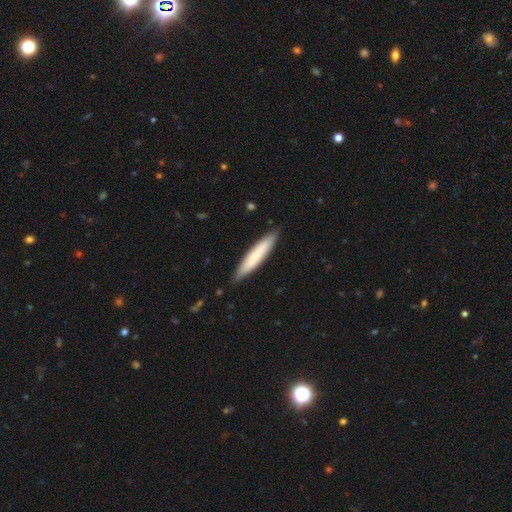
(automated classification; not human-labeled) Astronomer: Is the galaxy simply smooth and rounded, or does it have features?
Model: smooth — 76%.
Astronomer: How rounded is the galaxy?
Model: cigar-shaped — 89%.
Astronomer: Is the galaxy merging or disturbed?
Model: none — 87%.